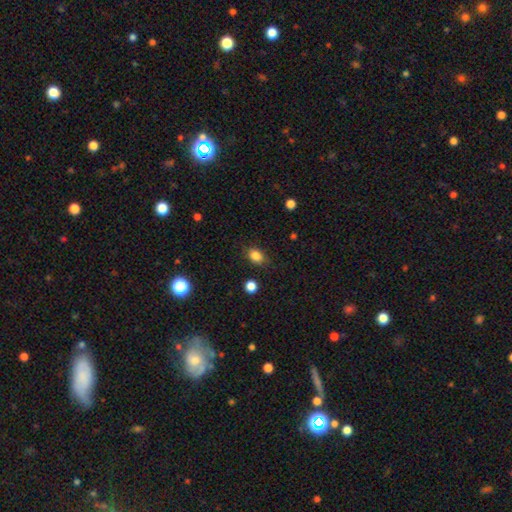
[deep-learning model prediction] Q: Smooth or featured?
A: smooth (85%); runner-up: star or artifact (10%)
Q: How rounded?
A: in between (68%); runner-up: round (30%)
Q: Merging?
A: none (82%); runner-up: minor disturbance (13%)